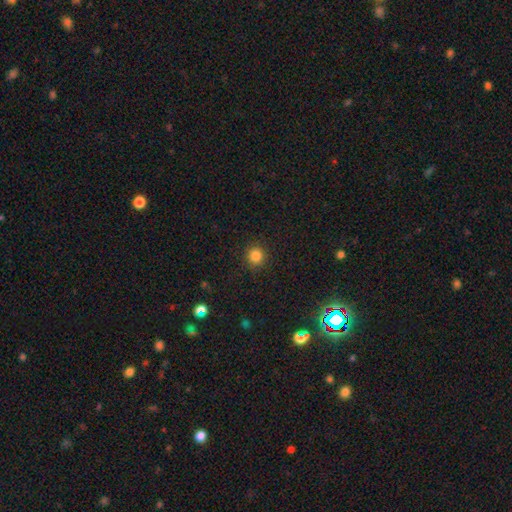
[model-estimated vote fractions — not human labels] Smooth or featured: smooth — 83% (star or artifact — 12%)
How rounded: round — 92% (in between — 7%)
Merging: none — 90% (minor disturbance — 6%)